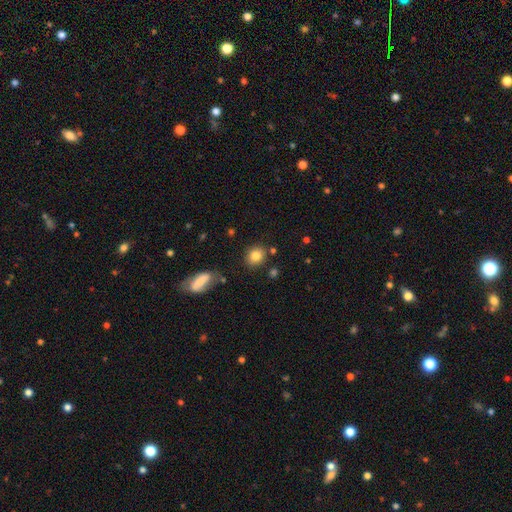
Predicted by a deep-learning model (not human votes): smooth 83%, star or artifact 10%, featured or disk 7%. Down the decision tree: how rounded — round (72%); merging — none (81%).